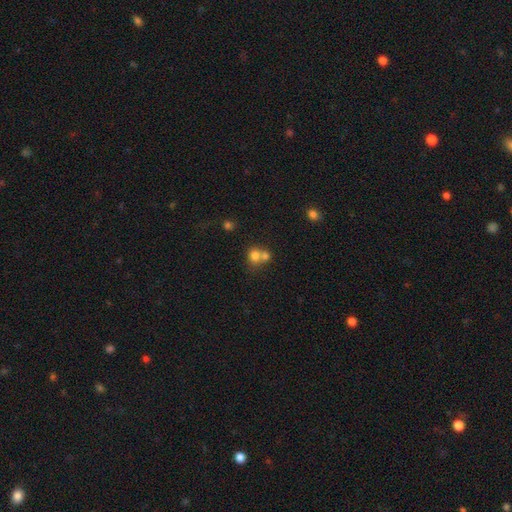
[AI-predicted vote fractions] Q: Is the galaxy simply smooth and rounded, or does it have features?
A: smooth — 75%.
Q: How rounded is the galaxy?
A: round — 76%.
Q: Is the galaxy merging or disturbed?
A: merger — 55%.